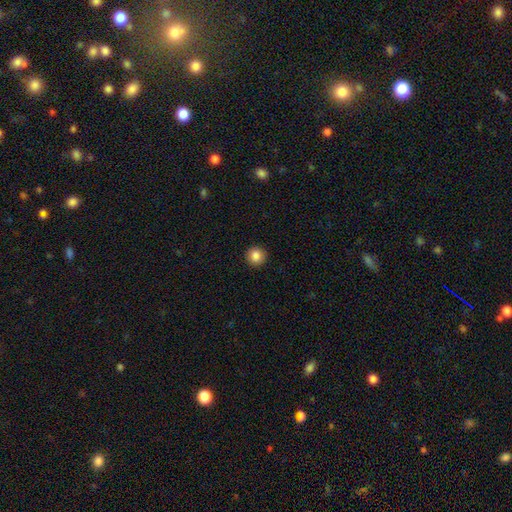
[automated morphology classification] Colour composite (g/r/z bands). It shows a smooth galaxy with no disk features (85%) that is round (95%). Merging: none (93%).